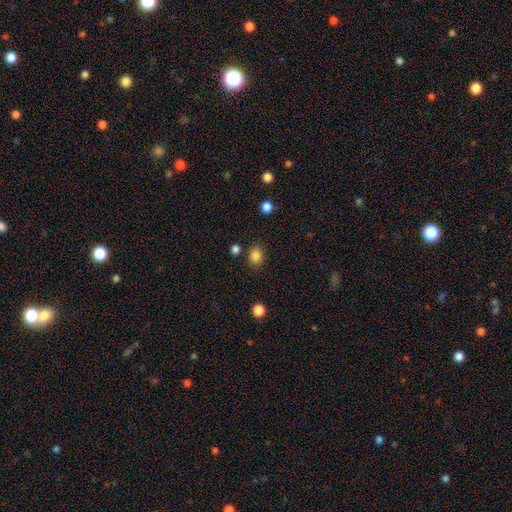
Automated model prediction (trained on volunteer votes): This appears to be a smooth galaxy with no disk features (85%) that is round (51%). Merging: none (83%).